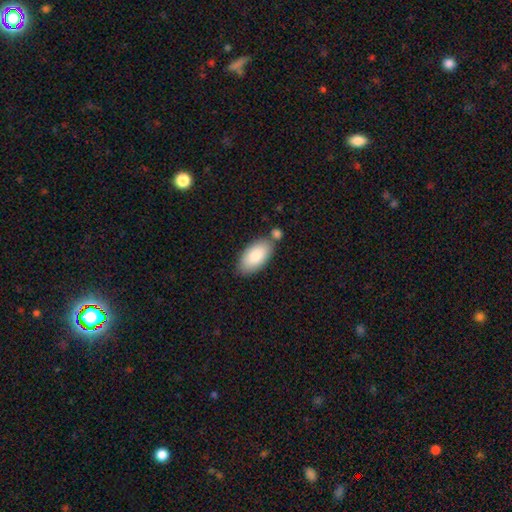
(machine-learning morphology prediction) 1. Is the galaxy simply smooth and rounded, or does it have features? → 86% smooth, 8% featured or disk, 6% star or artifact.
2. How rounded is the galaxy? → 95% in between, 3% cigar-shaped, 2% round.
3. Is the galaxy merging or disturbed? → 67% none, 15% merger, 14% minor disturbance, 4% major disturbance.